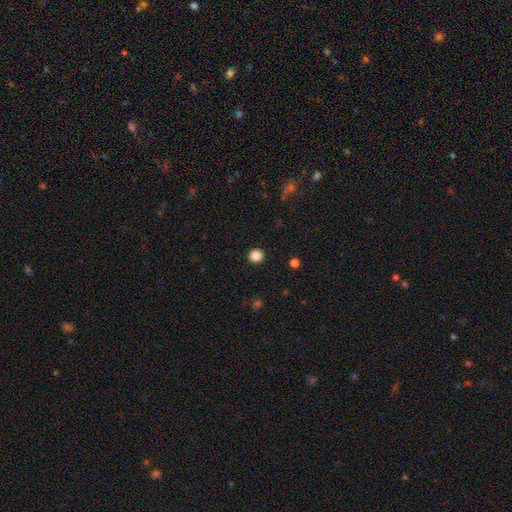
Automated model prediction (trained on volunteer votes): Morphology: type=smooth (86%); roundness=round (89%); merging=none (92%).